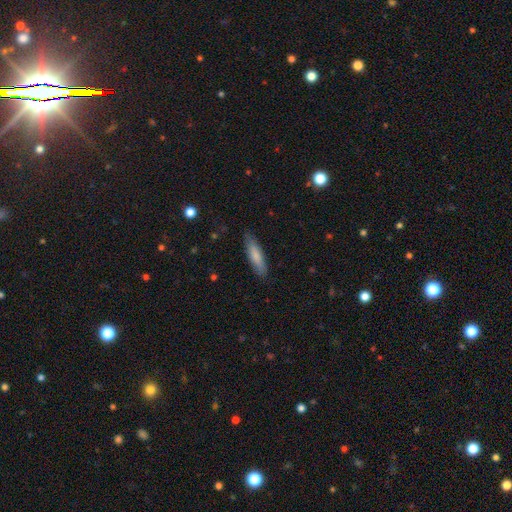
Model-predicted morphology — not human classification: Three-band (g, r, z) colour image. It shows a smooth galaxy with no disk features (79%) that is cigar-shaped (69%). Merging: none (84%).